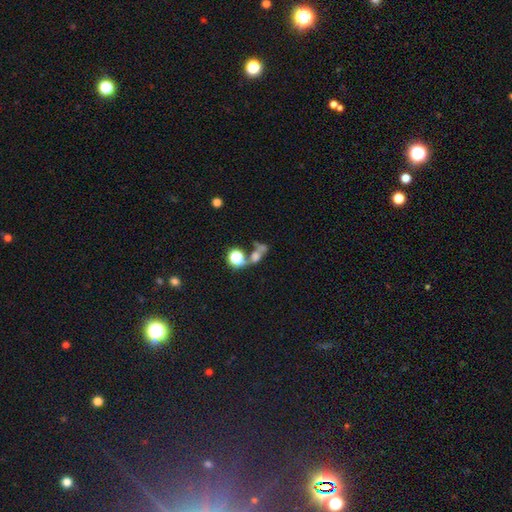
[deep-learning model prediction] Smooth or featured: smooth — 48% (star or artifact — 27%)
Merging: merger — 45% (none — 26%)